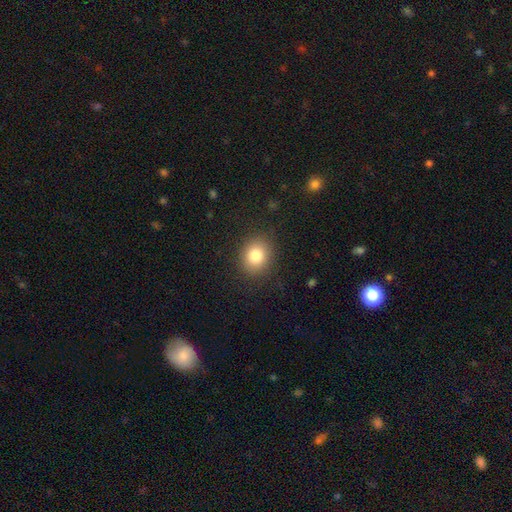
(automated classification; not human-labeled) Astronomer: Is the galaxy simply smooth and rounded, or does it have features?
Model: smooth — 82%.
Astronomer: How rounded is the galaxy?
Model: round — 65%.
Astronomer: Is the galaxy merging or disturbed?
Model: none — 88%.